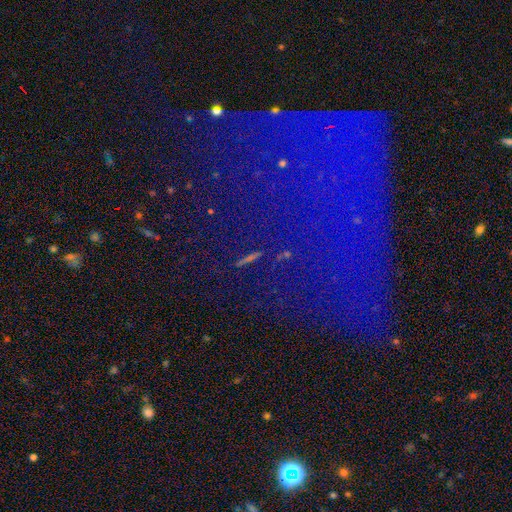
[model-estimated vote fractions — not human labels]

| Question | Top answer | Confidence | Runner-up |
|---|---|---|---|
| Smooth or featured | star or artifact | 65% | featured or disk (19%) |